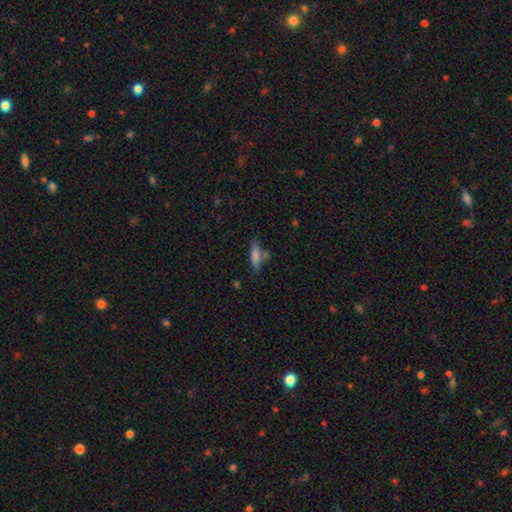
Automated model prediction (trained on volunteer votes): smooth_or_featured: smooth (p=0.70) [alt: featured or disk p=0.22]
how_rounded: cigar-shaped (p=0.66) [alt: in between p=0.31]
merging: none (p=0.61) [alt: minor disturbance p=0.18]